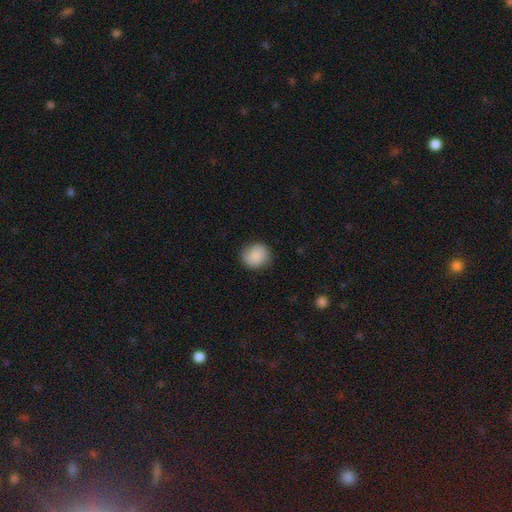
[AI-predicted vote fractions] Smooth or featured?
  - smooth: 87% *
  - star or artifact: 7%
  - featured or disk: 5%
How rounded?
  - round: 81% *
  - in between: 18%
  - cigar-shaped: 1%
Merging?
  - none: 84% *
  - minor disturbance: 12%
  - major disturbance: 3%
  - merger: 1%